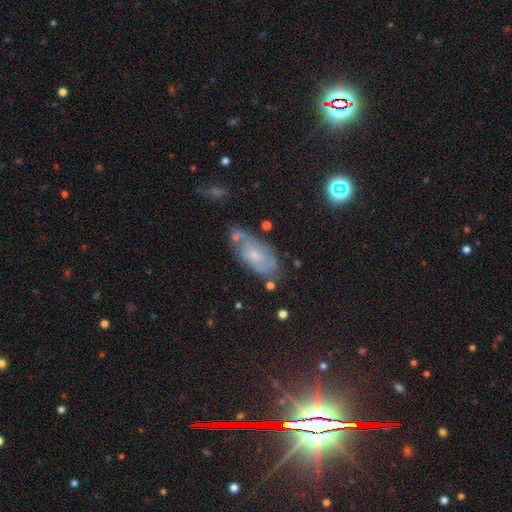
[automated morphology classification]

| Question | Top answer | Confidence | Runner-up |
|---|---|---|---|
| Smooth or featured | featured or disk | 54% | smooth (33%) |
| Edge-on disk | no | 90% | yes (10%) |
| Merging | none | 55% | minor disturbance (25%) |